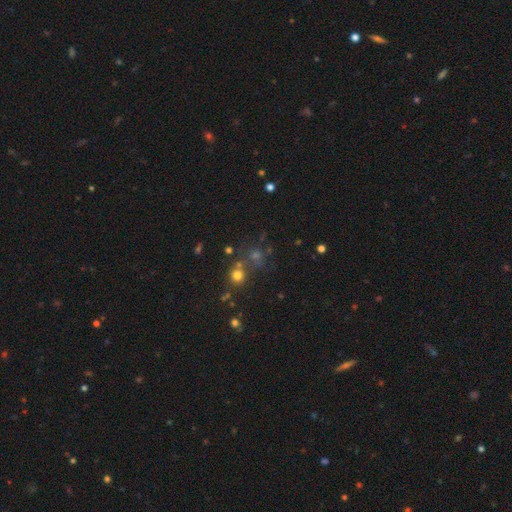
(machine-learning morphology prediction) A smooth galaxy with no disk features (47%).

Vote fractions:
- Smooth or featured? smooth: 47% / star or artifact: 42% / featured or disk: 11%
- Merging? none: 65% / merger: 22% / minor disturbance: 9% / major disturbance: 5%